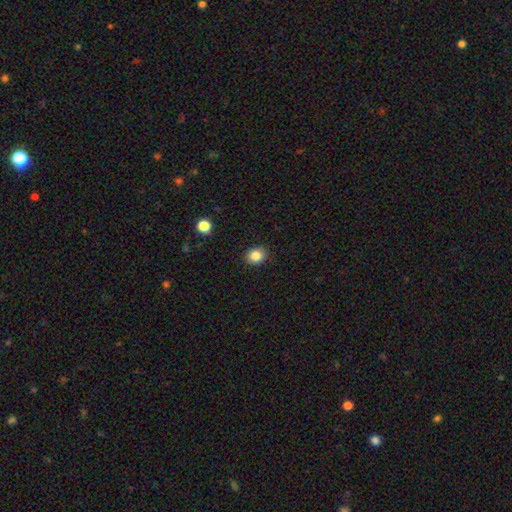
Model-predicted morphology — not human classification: smooth-or-featured: smooth: 85% | star or artifact: 10% | featured or disk: 5%
  how-rounded: round: 61% | in between: 38% | cigar-shaped: 1%
  merging: none: 89% | minor disturbance: 8% | major disturbance: 2% | merger: 1%